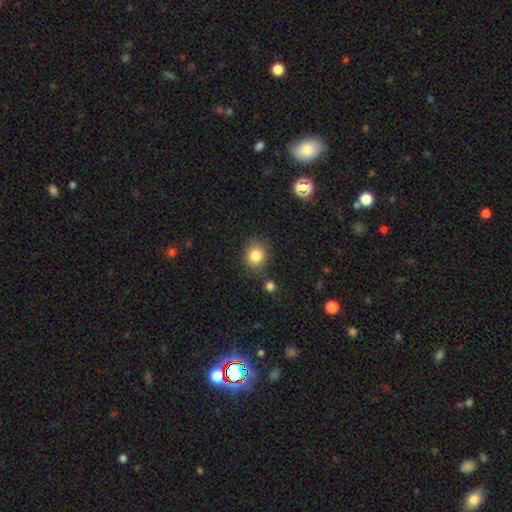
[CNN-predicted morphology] Smooth or featured?
  - smooth: 83% *
  - star or artifact: 10%
  - featured or disk: 6%
How rounded?
  - round: 72% *
  - in between: 27%
  - cigar-shaped: 1%
Merging?
  - none: 78% *
  - minor disturbance: 13%
  - merger: 6%
  - major disturbance: 4%